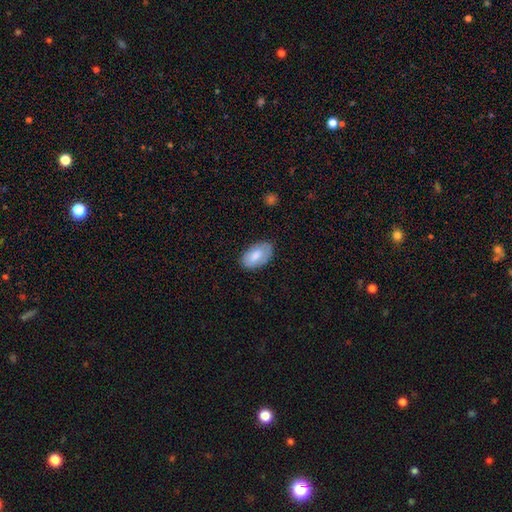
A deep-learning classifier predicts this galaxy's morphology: A smooth galaxy with no disk features (78%) that is in between round and cigar-shaped (94%). Merging: none (75%).